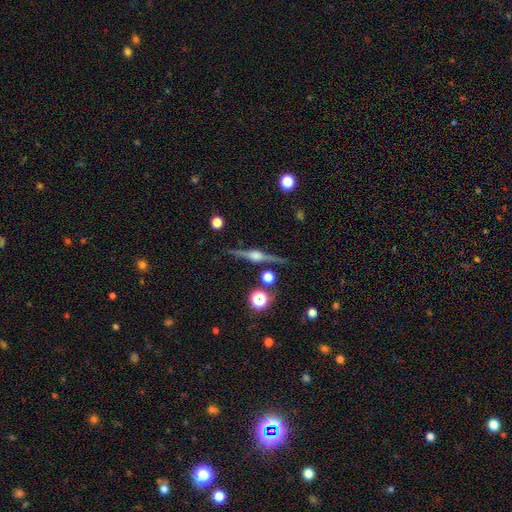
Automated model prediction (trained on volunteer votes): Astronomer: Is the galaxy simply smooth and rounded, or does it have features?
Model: featured or disk — 85%.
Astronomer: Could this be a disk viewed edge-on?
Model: yes — 98%.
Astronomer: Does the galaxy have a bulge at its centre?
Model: rounded — 87%.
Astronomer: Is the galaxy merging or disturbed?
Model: none — 88%.